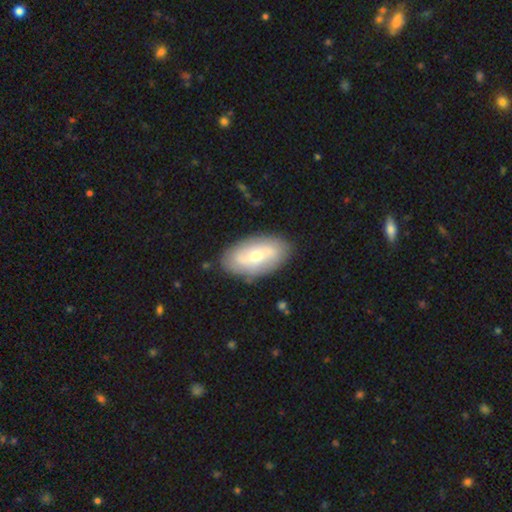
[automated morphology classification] A featured or disk galaxy (49%).

Vote fractions:
- Smooth or featured? featured or disk: 49% / smooth: 45% / star or artifact: 6%
- Merging? none: 83% / minor disturbance: 12% / major disturbance: 3% / merger: 2%